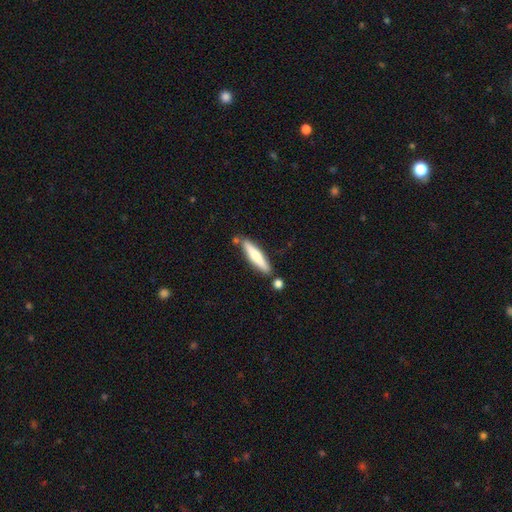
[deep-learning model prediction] The model was most divided on "smooth or featured": smooth: 62%, featured or disk: 33%, star or artifact: 5%. More confident: how rounded — cigar-shaped (86%); merging — none (77%).